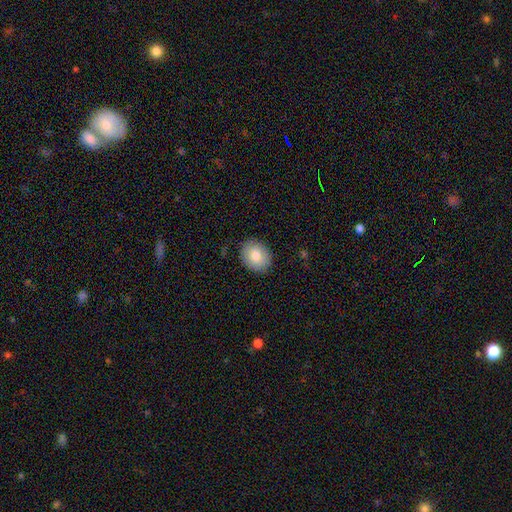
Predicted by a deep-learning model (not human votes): This appears to be a smooth galaxy with no disk features (82%) that is round (57%). Merging: none (87%).